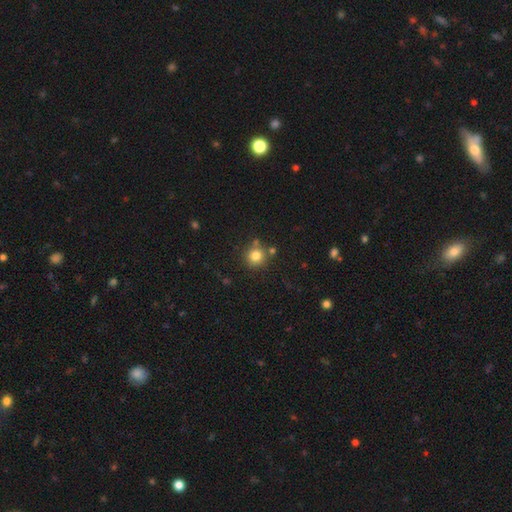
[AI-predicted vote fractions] Smooth or featured?
  - smooth: 80% *
  - star or artifact: 13%
  - featured or disk: 7%
How rounded?
  - round: 93% *
  - in between: 6%
  - cigar-shaped: 1%
Merging?
  - none: 77% *
  - minor disturbance: 10%
  - merger: 10%
  - major disturbance: 3%